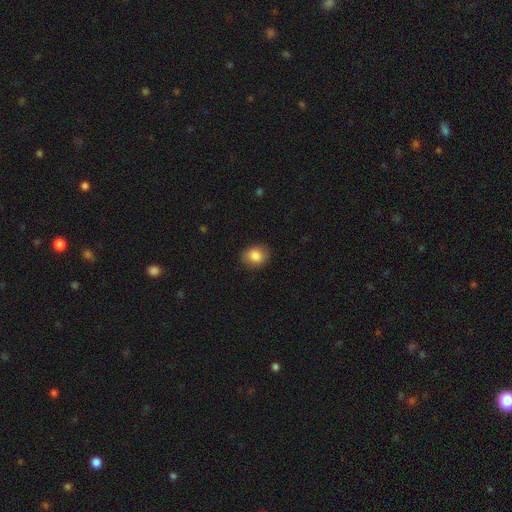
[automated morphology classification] A smooth galaxy with no disk features (85%) that is round (53%). Merging: none (85%).